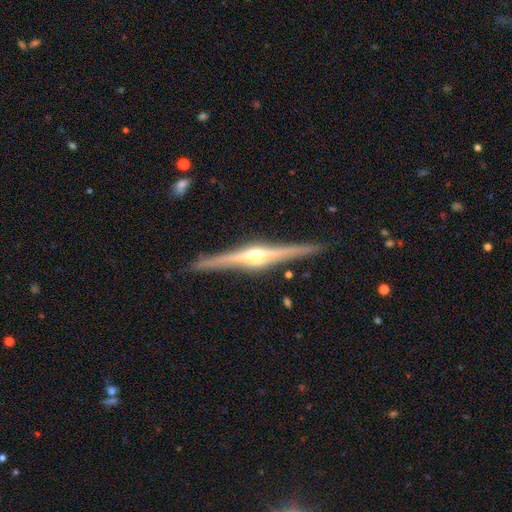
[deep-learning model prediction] The model was most divided on "smooth or featured": featured or disk: 86%, smooth: 9%, star or artifact: 5%. More confident: edge-on disk — yes (98%); merging — none (91%); edge-on bulge — rounded (90%).